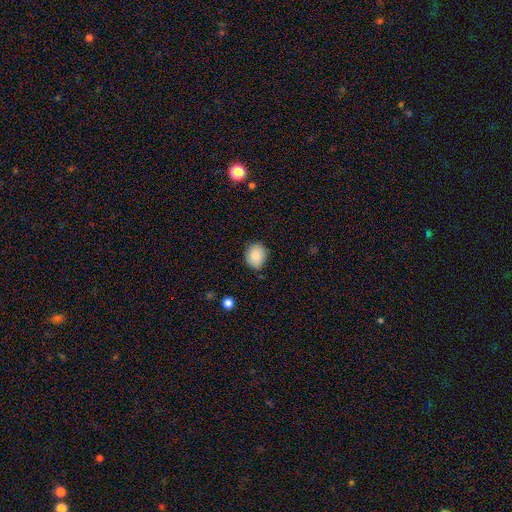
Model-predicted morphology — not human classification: This is clearly a smooth galaxy (86%). How rounded: possibly round (56%). Merging: likely none (78%).